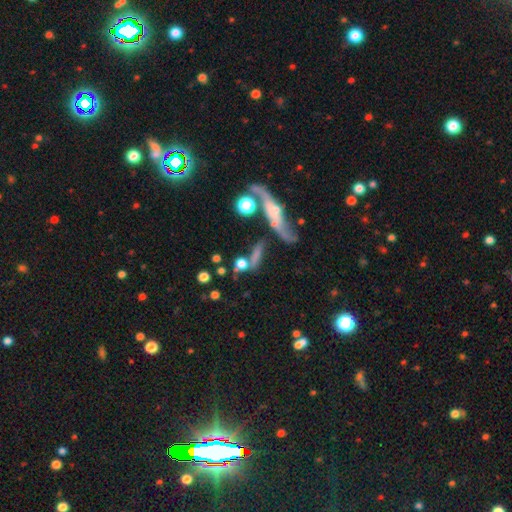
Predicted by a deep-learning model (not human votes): Q: Smooth or featured?
A: featured or disk (46%); runner-up: smooth (37%)
Q: Merging?
A: none (49%); runner-up: merger (20%)